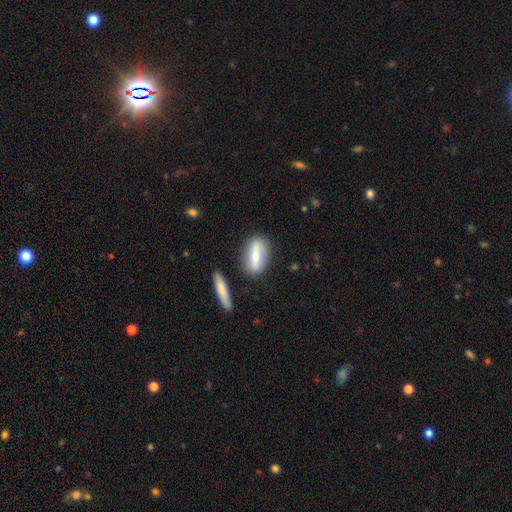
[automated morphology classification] smooth-or-featured: smooth: 57% | featured or disk: 37% | star or artifact: 7%
  how-rounded: in between: 67% | cigar-shaped: 26% | round: 7%
  merging: none: 80% | minor disturbance: 12% | merger: 5% | major disturbance: 3%